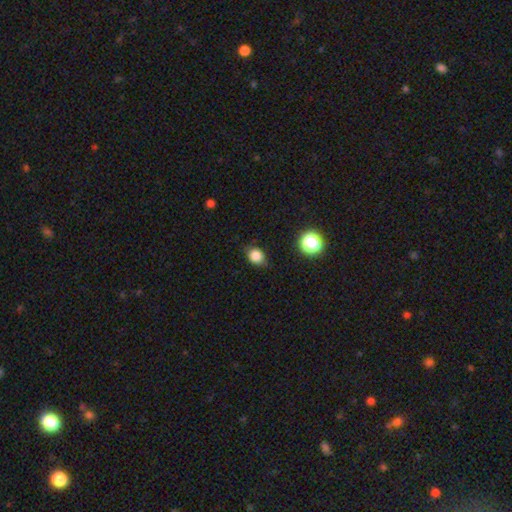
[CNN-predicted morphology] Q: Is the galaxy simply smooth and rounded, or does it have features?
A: smooth — 82%.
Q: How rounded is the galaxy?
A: round — 53%.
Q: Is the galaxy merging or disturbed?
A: none — 78%.